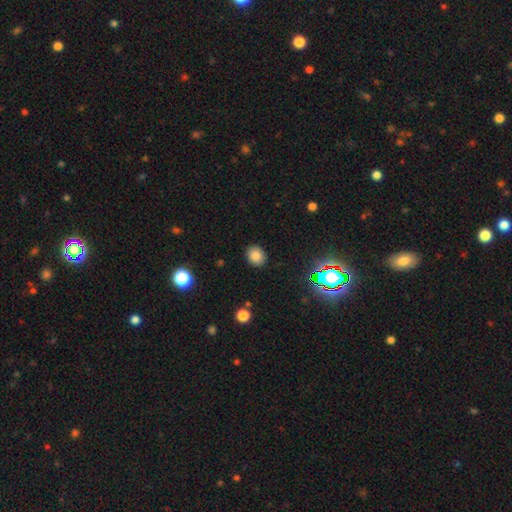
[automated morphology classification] type=smooth (83%); roundness=round (67%); merging=none (88%).